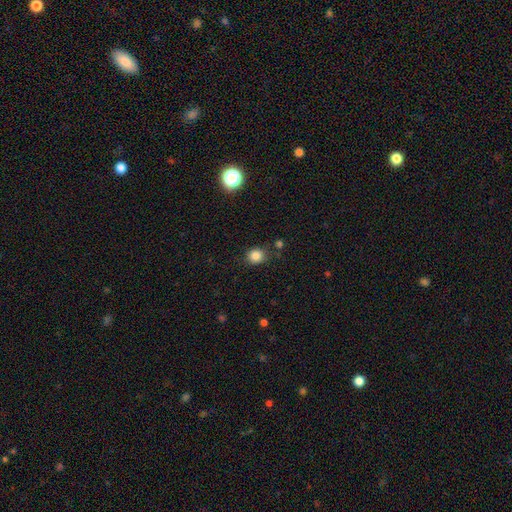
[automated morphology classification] smooth-or-featured: smooth: 84% | star or artifact: 11% | featured or disk: 4%
  how-rounded: round: 74% | in between: 25% | cigar-shaped: 1%
  merging: none: 78% | minor disturbance: 14% | merger: 4% | major disturbance: 4%